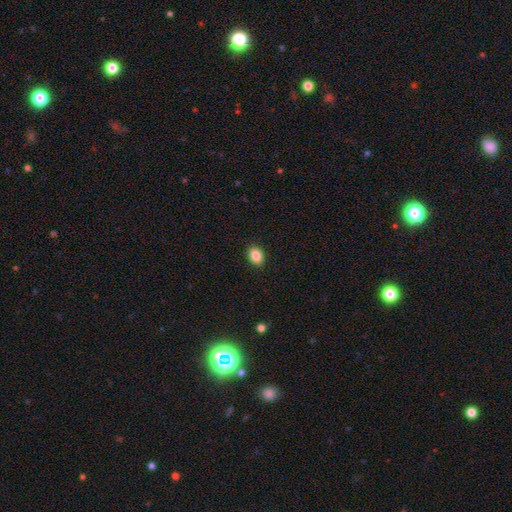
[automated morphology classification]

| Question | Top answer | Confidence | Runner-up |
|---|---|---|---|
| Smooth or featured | smooth | 87% | star or artifact (9%) |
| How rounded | in between | 69% | round (30%) |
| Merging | none | 91% | minor disturbance (6%) |